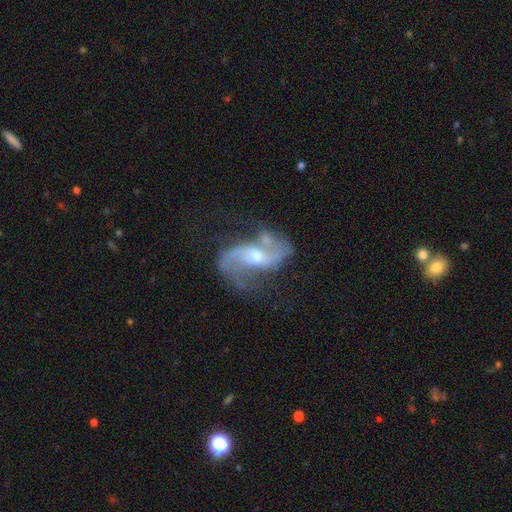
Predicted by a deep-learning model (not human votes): A featured or disk galaxy (89%) with a weak bar (45%), 2 (92%) loose (60%) spiral arms (96%) and a moderate central bulge (52%). Merging: none (61%).